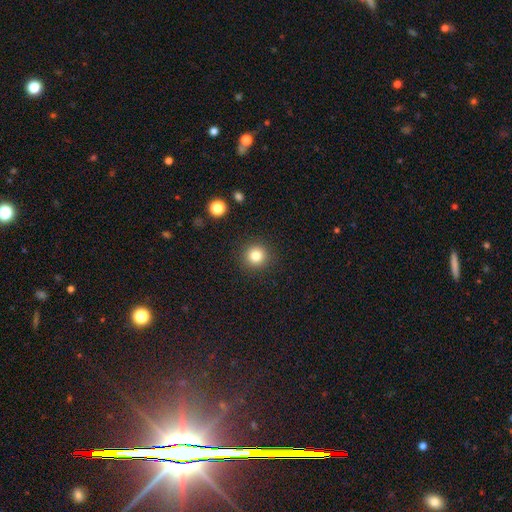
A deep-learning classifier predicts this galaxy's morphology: This appears to be a smooth galaxy with no disk features (81%) that is round (94%). Merging: none (91%).